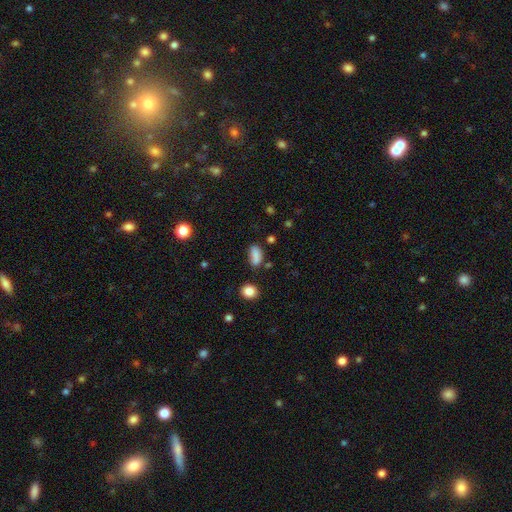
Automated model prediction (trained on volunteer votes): Smooth or featured: smooth — 82% (star or artifact — 11%)
How rounded: in between — 85% (cigar-shaped — 9%)
Merging: none — 62% (minor disturbance — 22%)